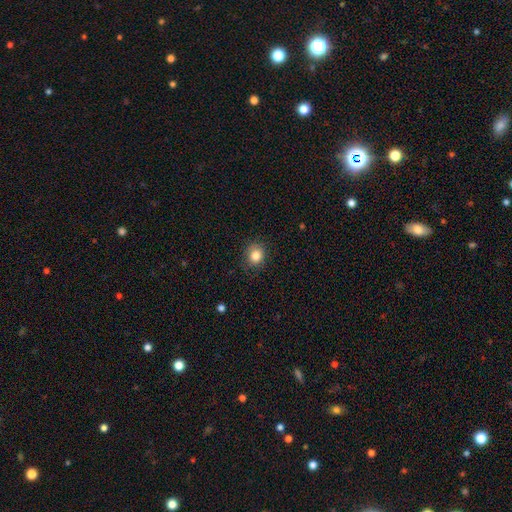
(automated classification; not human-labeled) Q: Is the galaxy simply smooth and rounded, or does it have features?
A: smooth — 84%.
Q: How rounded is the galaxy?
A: round — 75%.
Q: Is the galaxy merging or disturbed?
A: none — 82%.